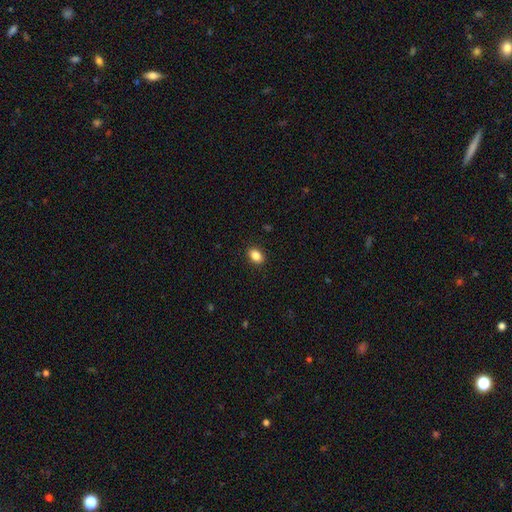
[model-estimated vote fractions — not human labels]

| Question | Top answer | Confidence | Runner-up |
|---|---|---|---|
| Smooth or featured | smooth | 87% | star or artifact (9%) |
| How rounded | in between | 77% | round (22%) |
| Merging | none | 90% | minor disturbance (7%) |